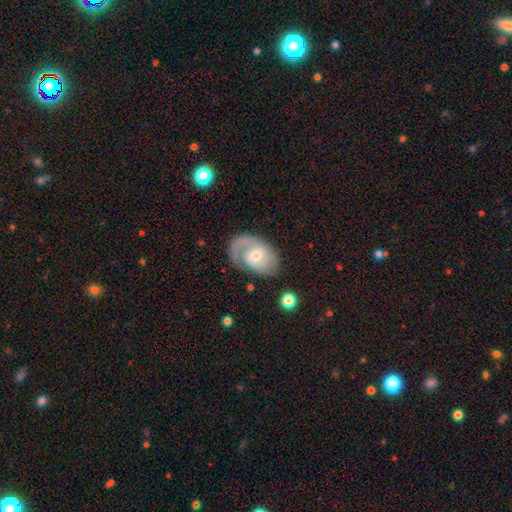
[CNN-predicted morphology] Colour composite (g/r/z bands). It shows a featured or disk galaxy (76%) with no bar (48%), 1 (44%) medium (44%) spiral arms (90%) and a small central bulge (48%). Merging: none (63%).